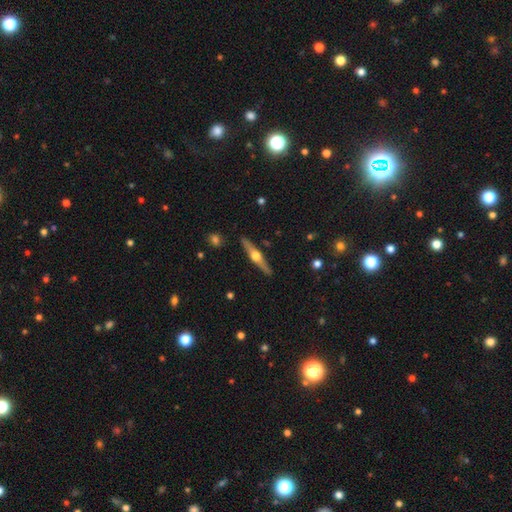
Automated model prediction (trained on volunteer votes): smooth-or-featured: featured or disk: 71% | smooth: 24% | star or artifact: 5%
  disk-edge-on: yes: 97% | no: 3%
    edge-on-bulge: rounded: 95% | boxy: 3% | none: 2%
  merging: none: 90% | minor disturbance: 7% | major disturbance: 2% | merger: 1%